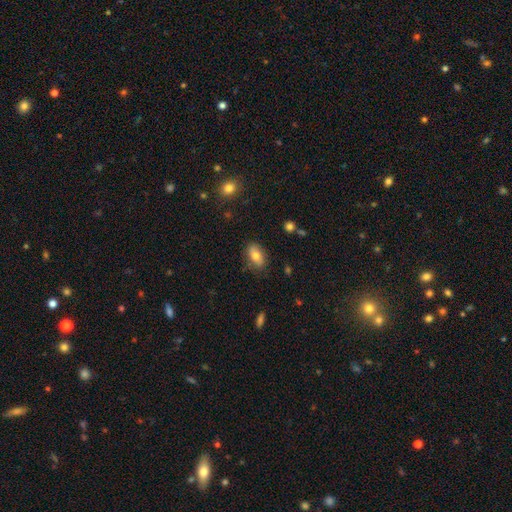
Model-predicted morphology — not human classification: Smooth or featured: smooth — 73% (featured or disk — 18%)
How rounded: in between — 89% (round — 8%)
Merging: none — 78% (minor disturbance — 17%)